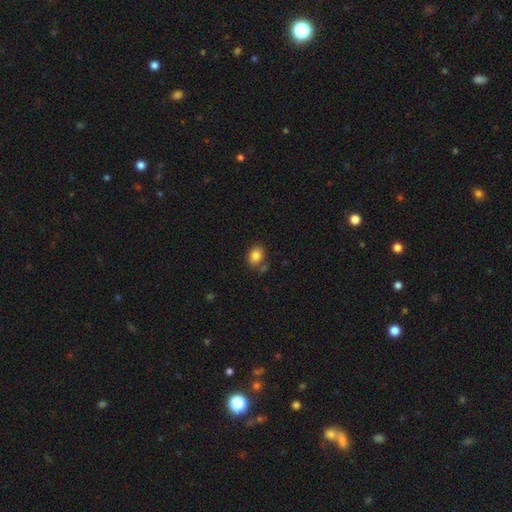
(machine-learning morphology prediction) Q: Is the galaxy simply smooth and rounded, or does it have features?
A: smooth — 84%.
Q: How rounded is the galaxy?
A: in between — 59%.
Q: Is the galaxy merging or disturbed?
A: none — 74%.